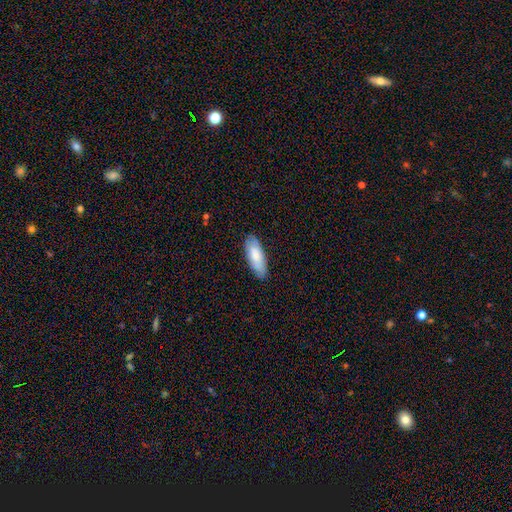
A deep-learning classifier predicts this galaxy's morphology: type=smooth (75%); roundness=in between (78%); merging=none (84%).